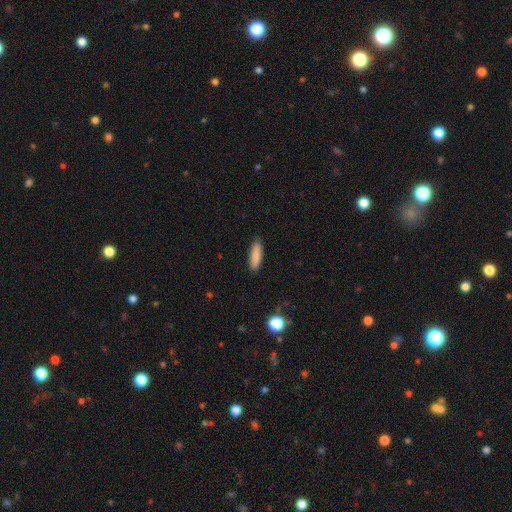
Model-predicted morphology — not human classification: Q: Smooth or featured?
A: smooth (85%); runner-up: featured or disk (9%)
Q: How rounded?
A: cigar-shaped (62%); runner-up: in between (36%)
Q: Merging?
A: none (87%); runner-up: minor disturbance (10%)